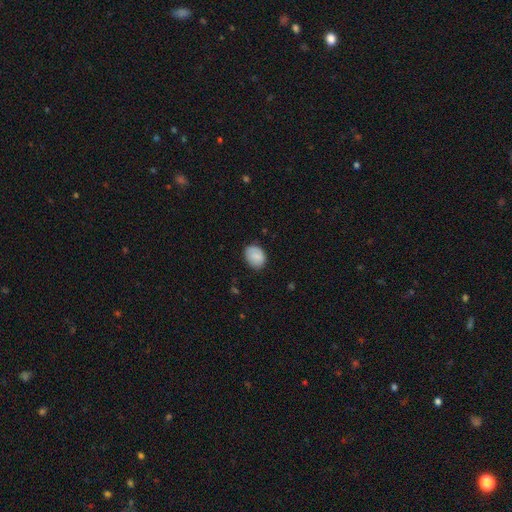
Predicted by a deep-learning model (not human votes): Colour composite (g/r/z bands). It shows a smooth galaxy with no disk features (83%) that is in between round and cigar-shaped (55%). Merging: none (79%).